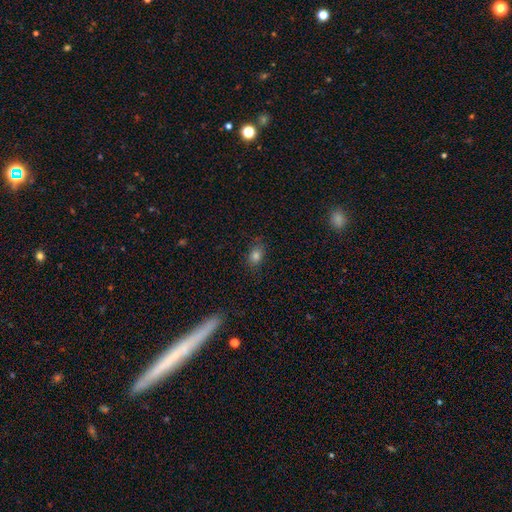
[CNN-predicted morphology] type=smooth (79%); roundness=in between (70%); merging=none (79%).